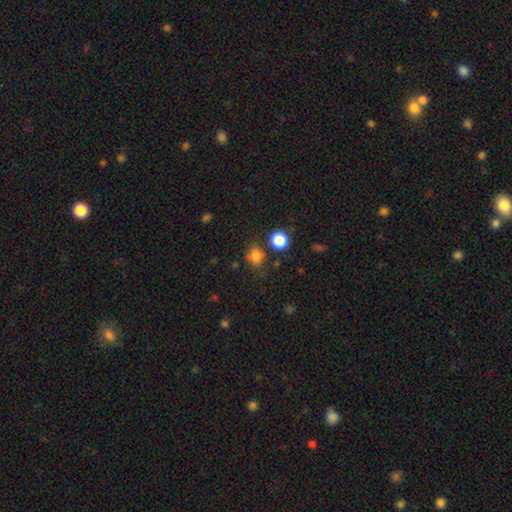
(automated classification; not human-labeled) Q: Smooth or featured?
A: smooth (76%); runner-up: star or artifact (18%)
Q: How rounded?
A: round (62%); runner-up: in between (36%)
Q: Merging?
A: none (65%); runner-up: minor disturbance (18%)